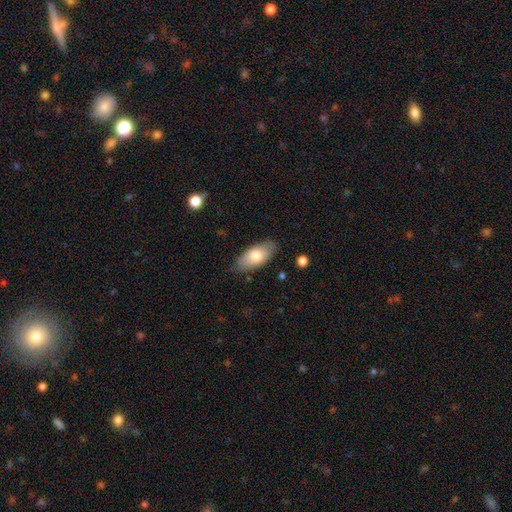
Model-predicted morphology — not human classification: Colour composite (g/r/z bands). It shows a smooth galaxy with no disk features (75%) that is in between round and cigar-shaped (90%). Merging: none (82%).